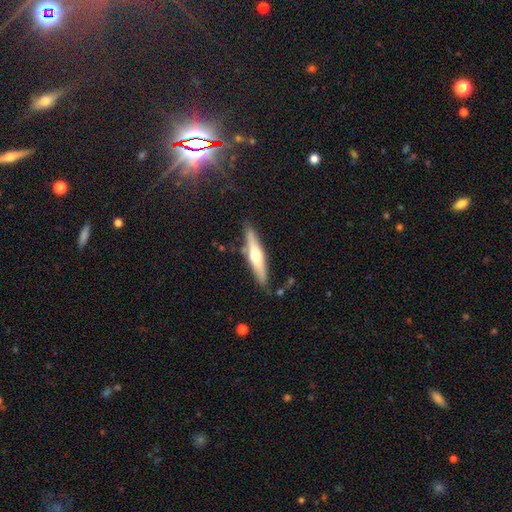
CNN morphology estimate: This is possibly a featured or disk galaxy (55%). It is clearly viewed edge-on (93%). Edge-on bulge: clearly rounded (91%). Merging: clearly none (82%).